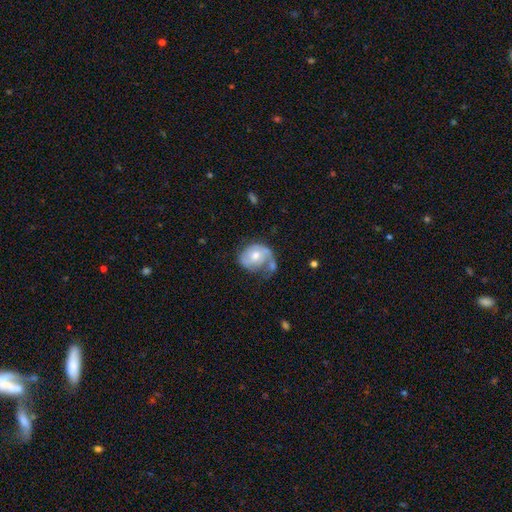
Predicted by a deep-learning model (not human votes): A featured or disk galaxy (63%) with no bar (68%), spiral arms (78%) and a moderate central bulge (68%).

Vote fractions:
- Smooth or featured? featured or disk: 63% / smooth: 31% / star or artifact: 6%
- Edge-on disk? no: 97% / yes: 3%
- Bar? no: 68% / weak: 27% / strong: 5%
- Spiral arms? yes: 78% / no: 22%
- Bulge size? moderate: 68% / small: 23% / large: 6% / none: 2% / dominant: 1%
- Merging? none: 33% / minor disturbance: 26% / major disturbance: 26% / merger: 15%